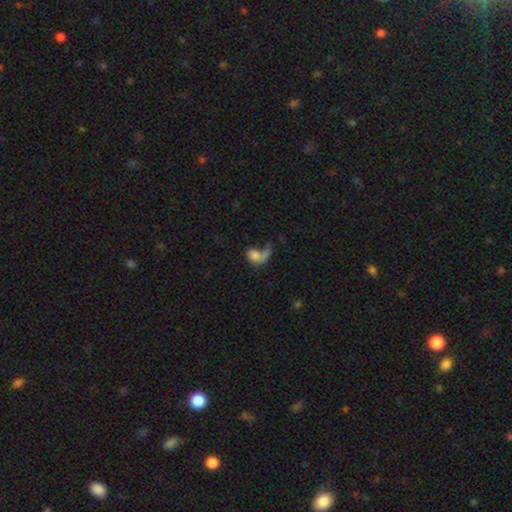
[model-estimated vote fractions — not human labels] smooth_or_featured: smooth (p=0.62) [alt: featured or disk p=0.28]
how_rounded: in between (p=0.71) [alt: round p=0.26]
merging: major disturbance (p=0.40) [alt: none p=0.26]